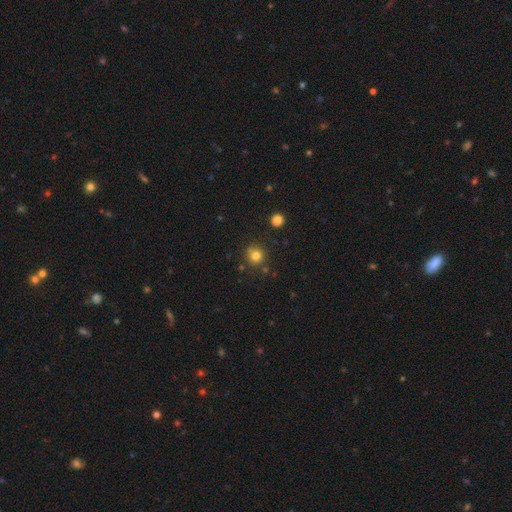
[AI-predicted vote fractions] A smooth galaxy with no disk features (80%) that is round (90%).

Vote fractions:
- Smooth or featured? smooth: 80% / star or artifact: 13% / featured or disk: 7%
- How rounded? round: 90% / in between: 9% / cigar-shaped: 1%
- Merging? none: 80% / minor disturbance: 11% / merger: 6% / major disturbance: 3%